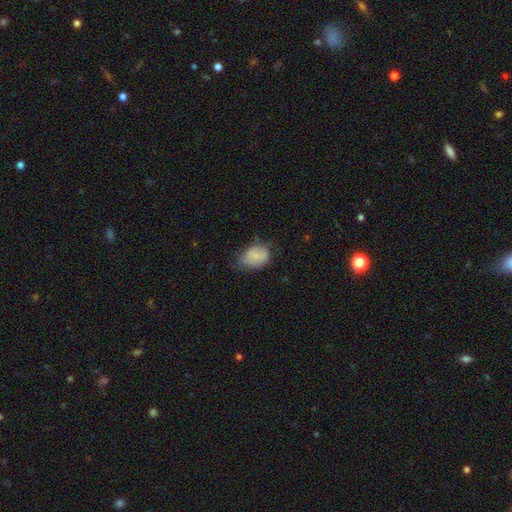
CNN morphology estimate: smooth-or-featured: smooth: 76% | featured or disk: 16% | star or artifact: 8%
  how-rounded: in between: 70% | round: 29% | cigar-shaped: 1%
  merging: none: 46% | minor disturbance: 39% | major disturbance: 13% | merger: 2%